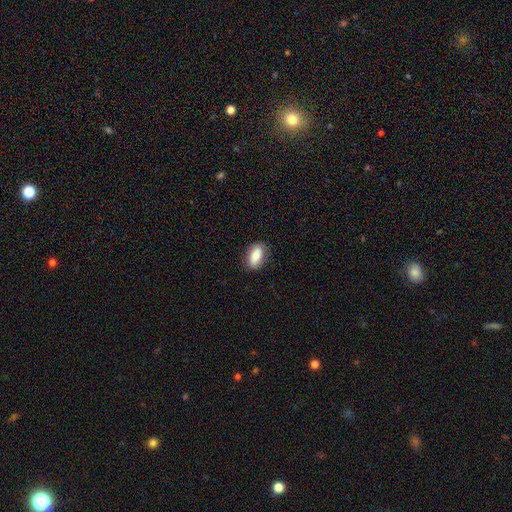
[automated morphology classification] The model was most divided on "merging": none: 84%, minor disturbance: 12%, major disturbance: 3%, merger: 1%. More confident: how rounded — in between (90%); smooth or featured — smooth (83%).